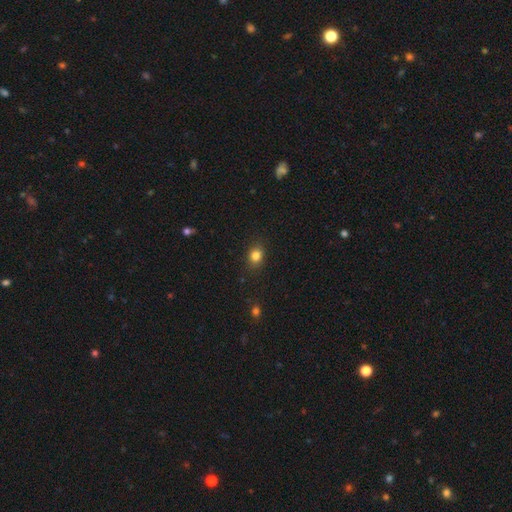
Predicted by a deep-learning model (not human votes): This appears to be a smooth galaxy with no disk features (83%) that is round (56%). Merging: none (87%).